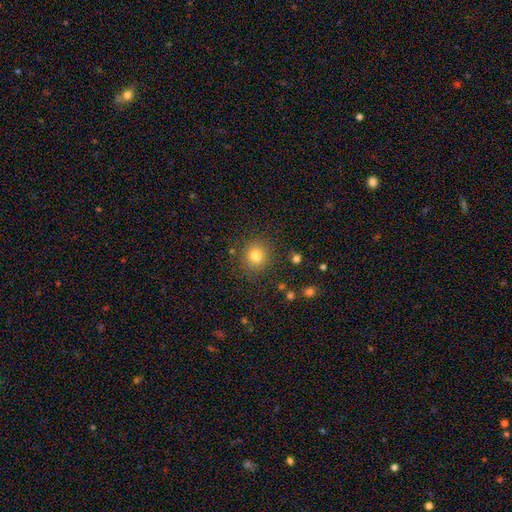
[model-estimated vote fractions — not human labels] A smooth galaxy with no disk features (80%) that is round (90%).

Vote fractions:
- Smooth or featured? smooth: 80% / star or artifact: 13% / featured or disk: 7%
- How rounded? round: 90% / in between: 9% / cigar-shaped: 1%
- Merging? none: 87% / minor disturbance: 8% / major disturbance: 3% / merger: 2%